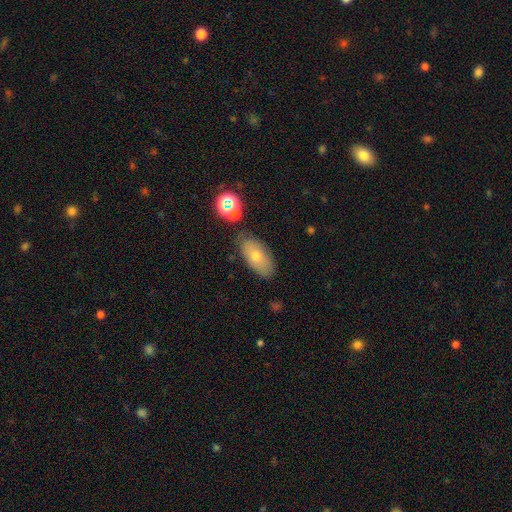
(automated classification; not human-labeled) Morphology: type=smooth (68%); roundness=in between (90%); merging=none (77%).